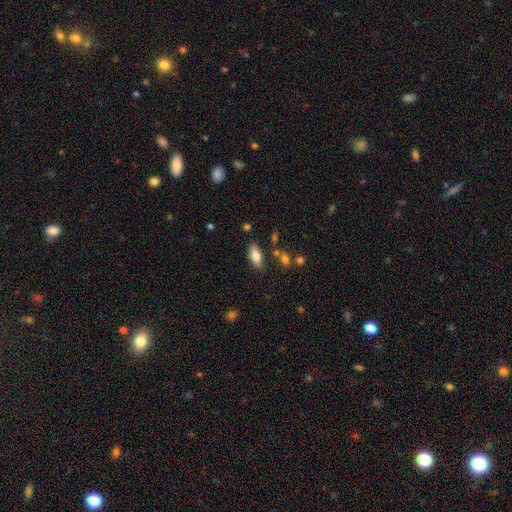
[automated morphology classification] Smooth or featured: smooth — 80% (featured or disk — 12%)
How rounded: in between — 84% (cigar-shaped — 14%)
Merging: none — 80% (minor disturbance — 12%)